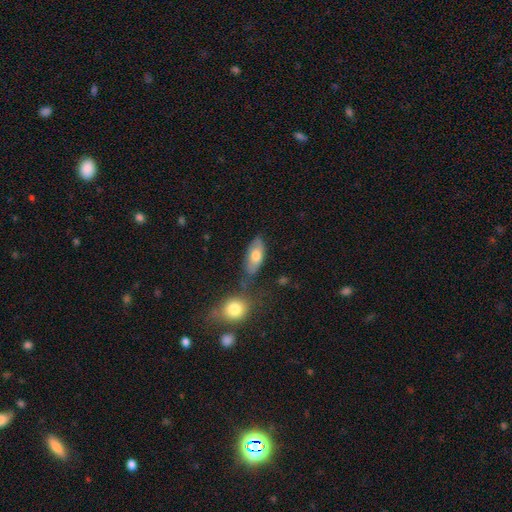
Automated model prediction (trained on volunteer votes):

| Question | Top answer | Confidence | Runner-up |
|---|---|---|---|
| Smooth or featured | smooth | 68% | featured or disk (25%) |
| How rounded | in between | 85% | cigar-shaped (10%) |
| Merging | none | 63% | minor disturbance (20%) |